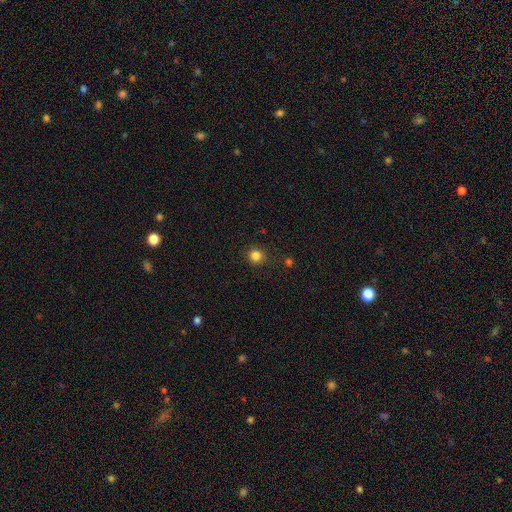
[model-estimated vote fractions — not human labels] Overall: smooth (82%). How rounded: round (92%). Merging: none (88%).